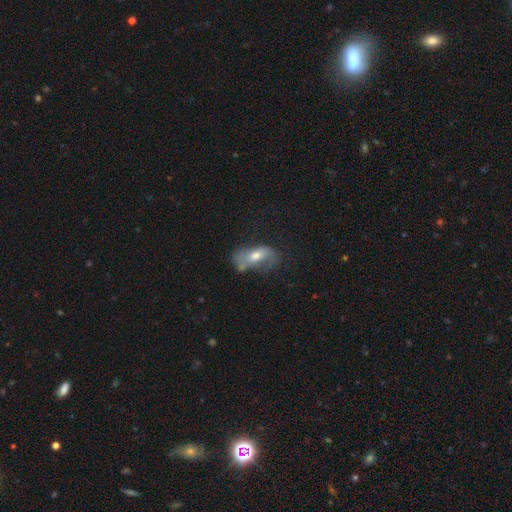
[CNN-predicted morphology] Overall: featured or disk (52%; smooth 39%). Edge-on disk: no (88%). Merging: none (43%; minor disturbance 28%).